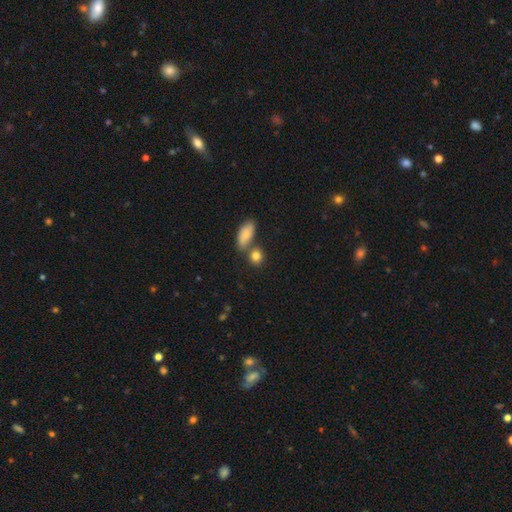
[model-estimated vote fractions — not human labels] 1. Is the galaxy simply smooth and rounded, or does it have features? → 84% smooth, 9% star or artifact, 8% featured or disk.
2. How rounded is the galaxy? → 61% round, 35% in between, 4% cigar-shaped.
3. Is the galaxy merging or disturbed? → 59% none, 27% merger, 10% minor disturbance, 3% major disturbance.